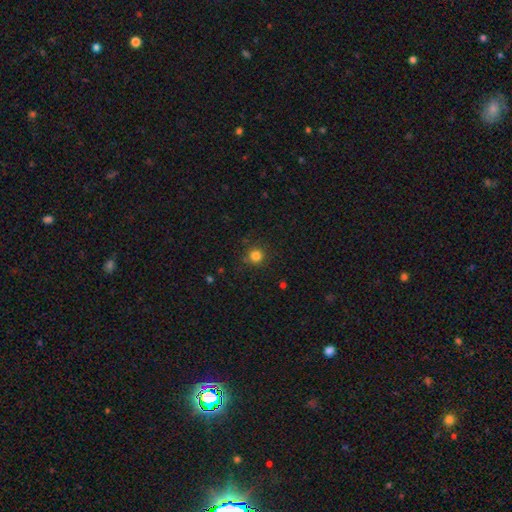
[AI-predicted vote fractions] Smooth or featured? smooth (82%)
How rounded? round (94%)
Merging? none (85%)